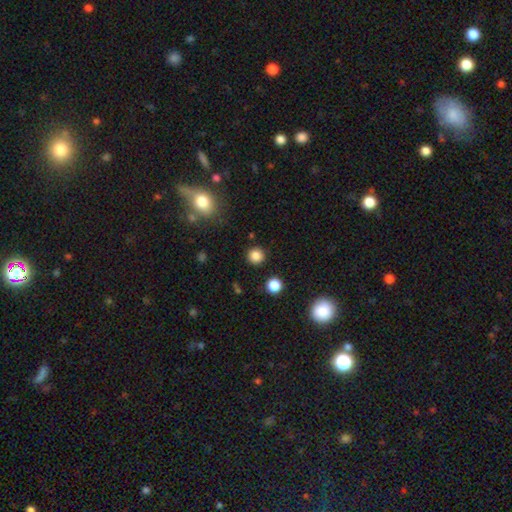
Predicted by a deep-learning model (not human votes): This appears to be a smooth galaxy with no disk features (85%) that is round (94%). Merging: none (90%).